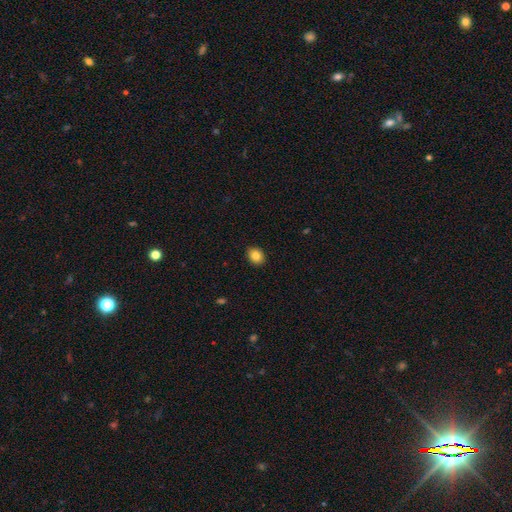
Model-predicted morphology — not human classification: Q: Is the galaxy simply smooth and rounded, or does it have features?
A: smooth — 84%.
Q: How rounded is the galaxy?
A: round — 55%.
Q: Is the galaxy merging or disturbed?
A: none — 91%.